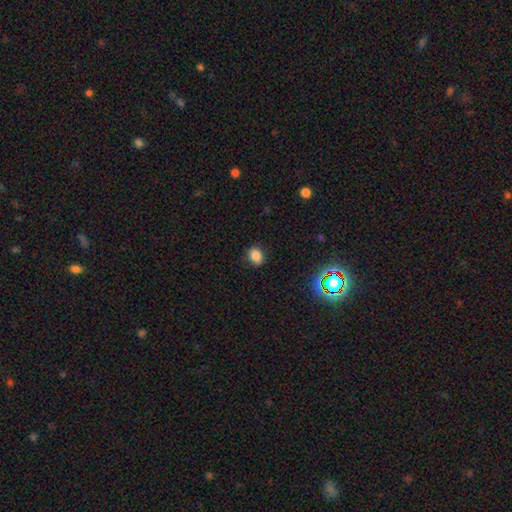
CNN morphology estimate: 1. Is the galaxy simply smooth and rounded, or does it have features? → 83% smooth, 13% star or artifact, 5% featured or disk.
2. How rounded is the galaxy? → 58% in between, 41% round, 1% cigar-shaped.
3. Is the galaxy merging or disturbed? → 86% none, 10% minor disturbance, 3% major disturbance, 1% merger.